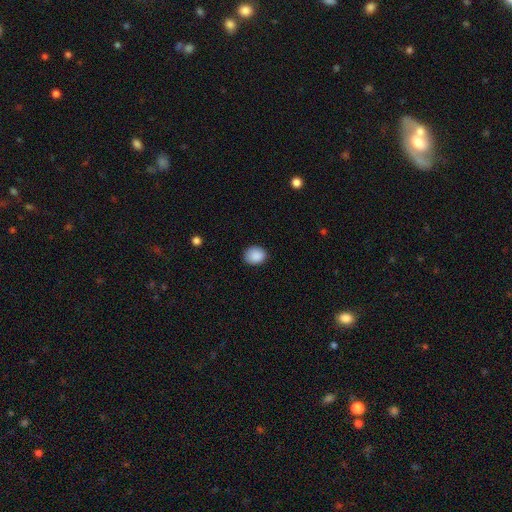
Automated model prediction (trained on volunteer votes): Smooth or featured: smooth — 89% (star or artifact — 8%)
How rounded: round — 55% (in between — 45%)
Merging: none — 85% (minor disturbance — 12%)